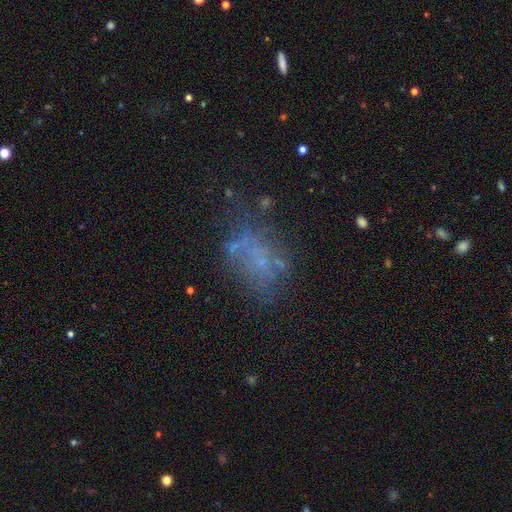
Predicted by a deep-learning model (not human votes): Smooth or featured? featured or disk (38%)
Merging? none (48%)